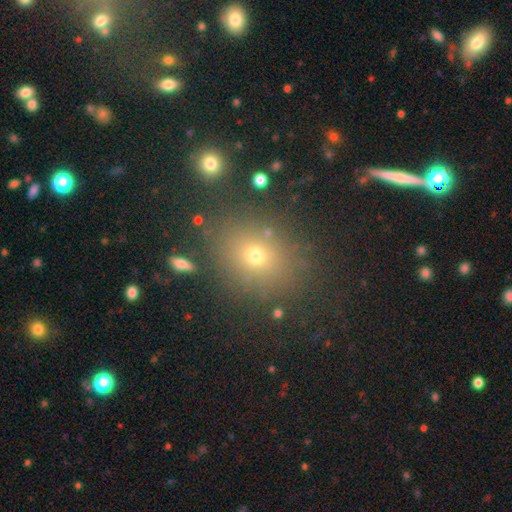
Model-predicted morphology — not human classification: Smooth or featured? Predicted: smooth (p=0.62). How rounded? Predicted: round (p=0.63). Merging? Predicted: none (p=0.84).